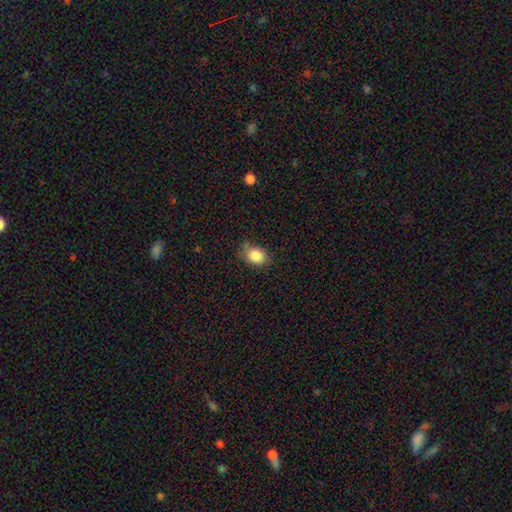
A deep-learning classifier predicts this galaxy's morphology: This is clearly a smooth galaxy (86%). How rounded: likely in between (61%). Merging: likely none (68%).